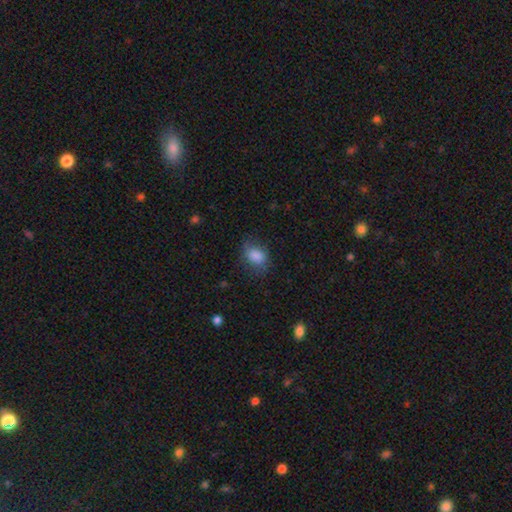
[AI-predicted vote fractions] Smooth or featured? Predicted: smooth (p=0.85). How rounded? Predicted: in between (p=0.71). Merging? Predicted: none (p=0.72).